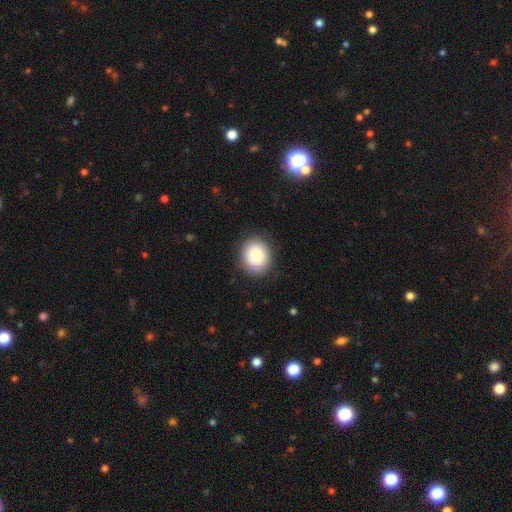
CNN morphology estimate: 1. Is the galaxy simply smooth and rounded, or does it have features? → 85% smooth, 8% star or artifact, 7% featured or disk.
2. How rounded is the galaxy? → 69% round, 31% in between, 1% cigar-shaped.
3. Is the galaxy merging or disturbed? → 86% none, 10% minor disturbance, 3% major disturbance, 1% merger.